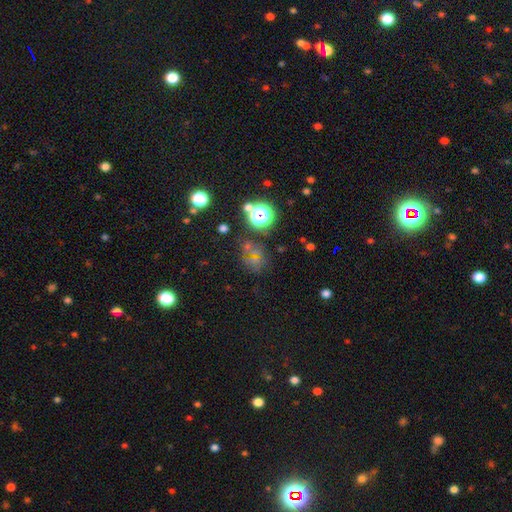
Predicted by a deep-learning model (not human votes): This appears to be a star or artifact, not a galaxy (43%).